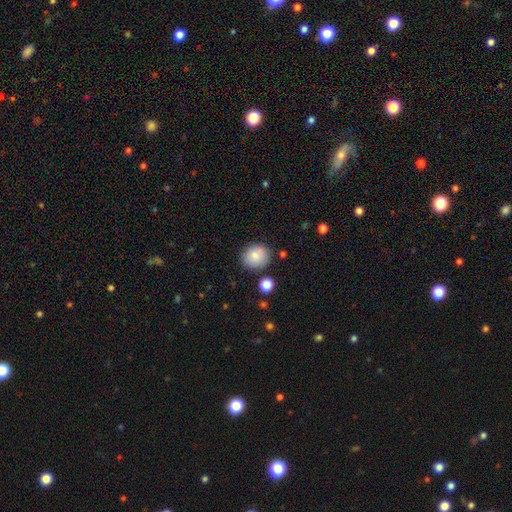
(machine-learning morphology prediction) This is clearly a smooth galaxy (86%). How rounded: likely round (75%). Merging: clearly none (81%).